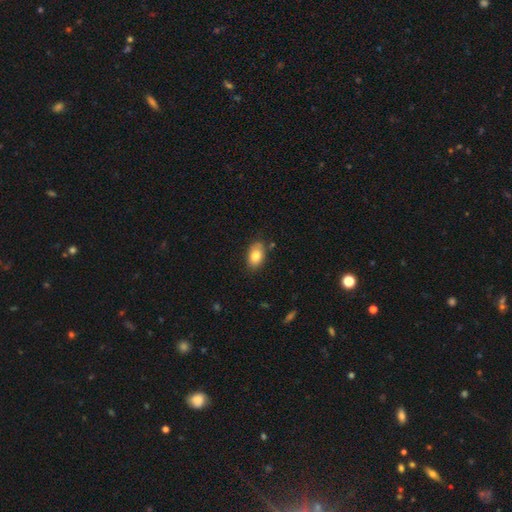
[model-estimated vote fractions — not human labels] A smooth galaxy with no disk features (81%) that is in between round and cigar-shaped (88%).

Vote fractions:
- Smooth or featured? smooth: 81% / featured or disk: 12% / star or artifact: 7%
- How rounded? in between: 88% / round: 11% / cigar-shaped: 1%
- Merging? none: 74% / minor disturbance: 19% / major disturbance: 4% / merger: 3%